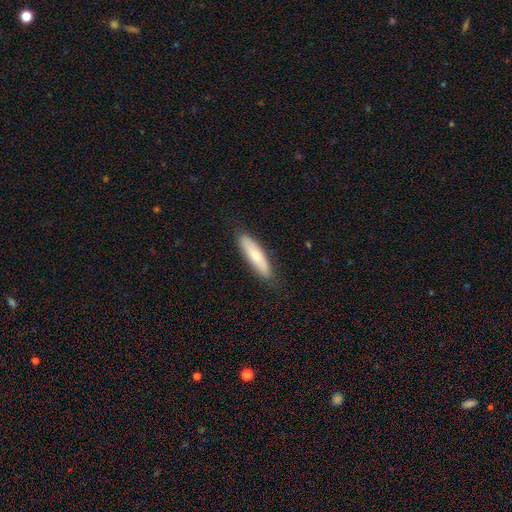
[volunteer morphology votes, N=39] type=smooth (82%); roundness=cigar-shaped (81%); merging=none (90%).